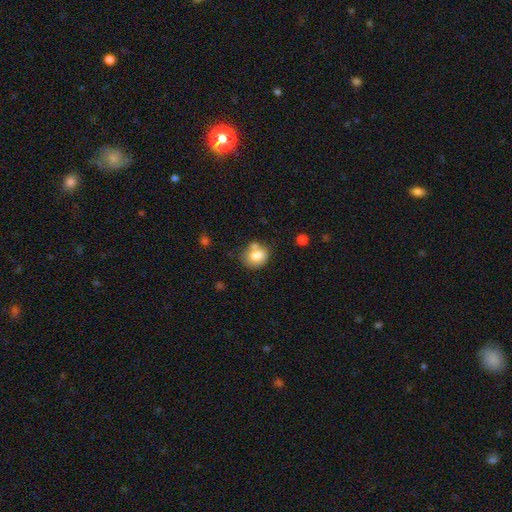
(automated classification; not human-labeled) Morphology: type=smooth (77%); roundness=round (58%); merging=none (50%).